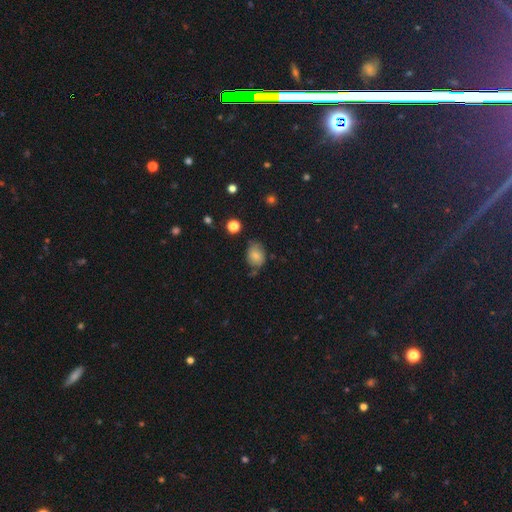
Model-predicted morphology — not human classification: A smooth galaxy with no disk features (77%) that is in between round and cigar-shaped (64%).

Vote fractions:
- Smooth or featured? smooth: 77% / featured or disk: 12% / star or artifact: 10%
- How rounded? in between: 64% / round: 35% / cigar-shaped: 1%
- Merging? none: 62% / minor disturbance: 27% / major disturbance: 7% / merger: 4%